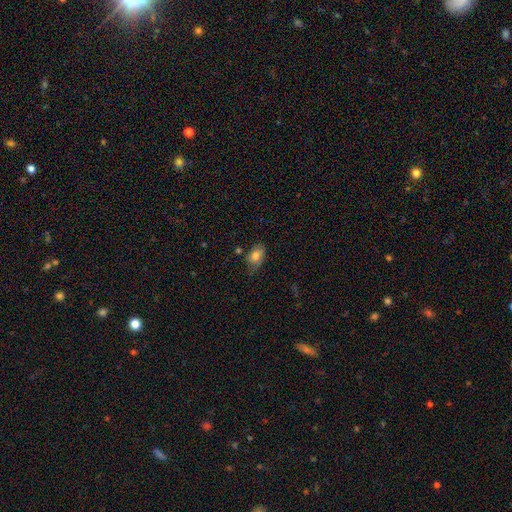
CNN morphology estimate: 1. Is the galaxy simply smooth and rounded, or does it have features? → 75% smooth, 16% featured or disk, 9% star or artifact.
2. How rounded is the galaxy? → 84% in between, 15% round, 2% cigar-shaped.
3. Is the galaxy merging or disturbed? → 57% none, 31% minor disturbance, 9% major disturbance, 3% merger.